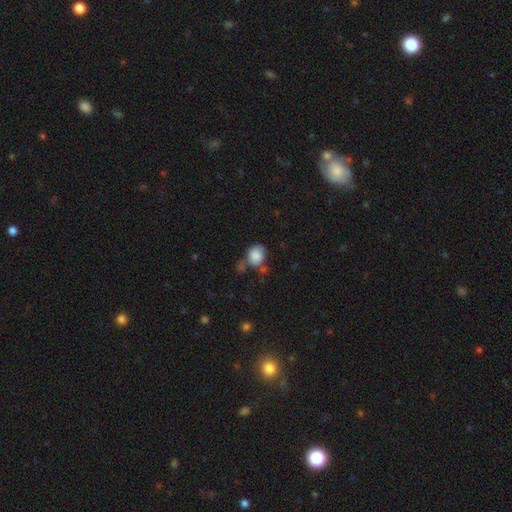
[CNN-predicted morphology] smooth-or-featured: smooth: 84% | star or artifact: 8% | featured or disk: 8%
  how-rounded: round: 57% | in between: 42% | cigar-shaped: 1%
  merging: none: 46% | minor disturbance: 24% | merger: 20% | major disturbance: 10%